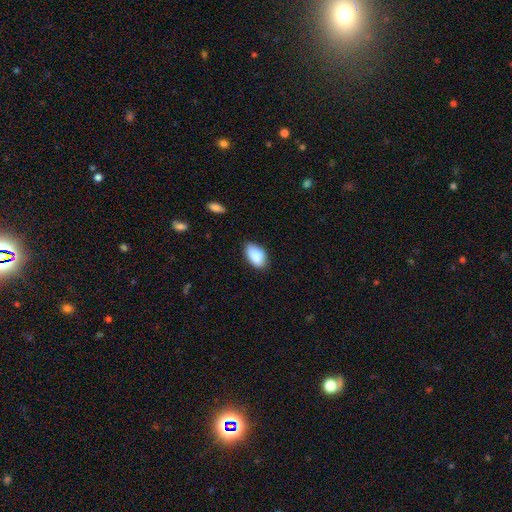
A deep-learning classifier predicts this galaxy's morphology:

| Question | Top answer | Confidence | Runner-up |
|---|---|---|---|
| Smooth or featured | smooth | 89% | star or artifact (7%) |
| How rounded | in between | 93% | round (5%) |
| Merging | none | 78% | minor disturbance (17%) |